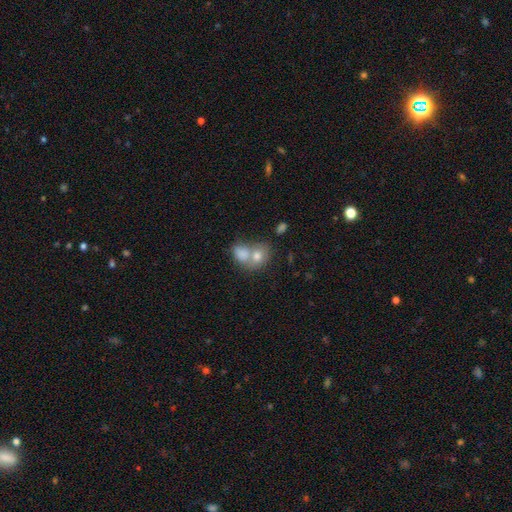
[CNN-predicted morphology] Smooth or featured?
  - smooth: 72% *
  - featured or disk: 16%
  - star or artifact: 12%
How rounded?
  - round: 53% *
  - in between: 45%
  - cigar-shaped: 1%
Merging?
  - merger: 62% *
  - none: 27%
  - minor disturbance: 7%
  - major disturbance: 4%